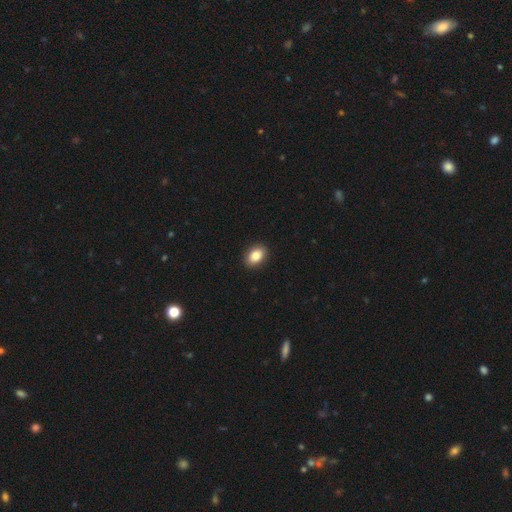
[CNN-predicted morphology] This is clearly a smooth galaxy (86%). How rounded: likely in between (78%). Merging: clearly none (91%).